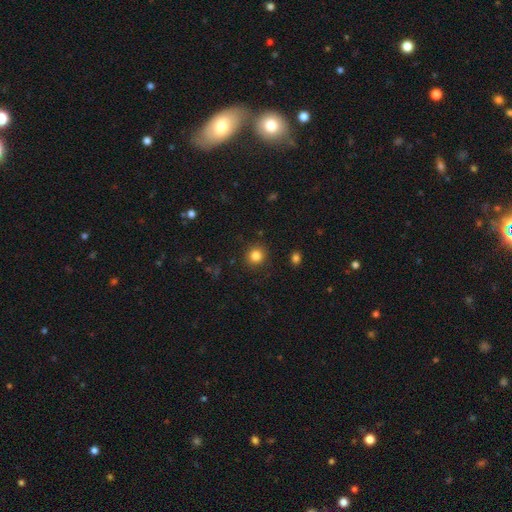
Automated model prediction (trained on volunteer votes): Smooth or featured: smooth — 84% (star or artifact — 11%)
How rounded: round — 88% (in between — 11%)
Merging: none — 88% (minor disturbance — 8%)